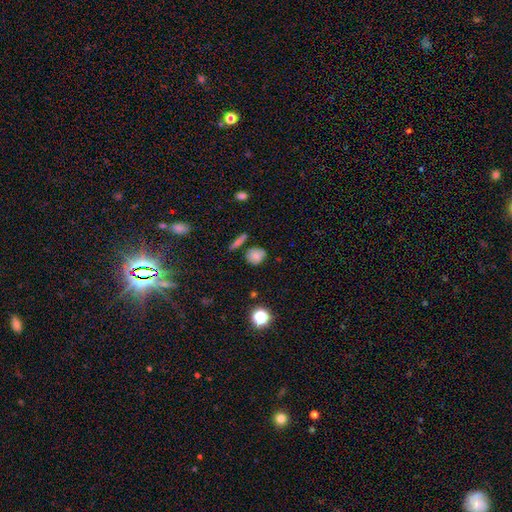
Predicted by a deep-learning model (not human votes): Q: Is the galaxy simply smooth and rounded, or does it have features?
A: smooth — 78%.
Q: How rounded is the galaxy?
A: round — 74%.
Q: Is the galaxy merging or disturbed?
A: none — 71%.